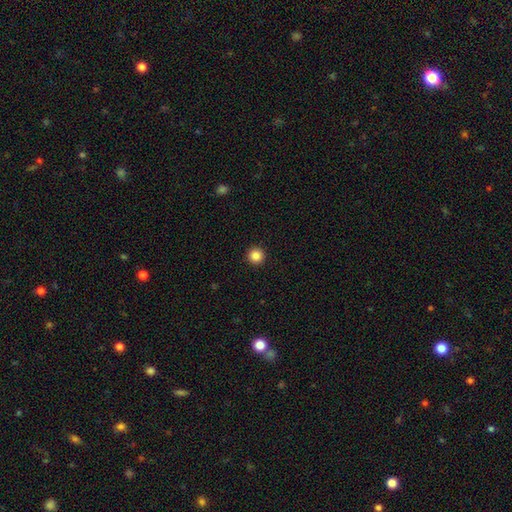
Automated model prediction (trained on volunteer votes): This is clearly a smooth galaxy (86%). How rounded: clearly round (96%). Merging: clearly none (94%).